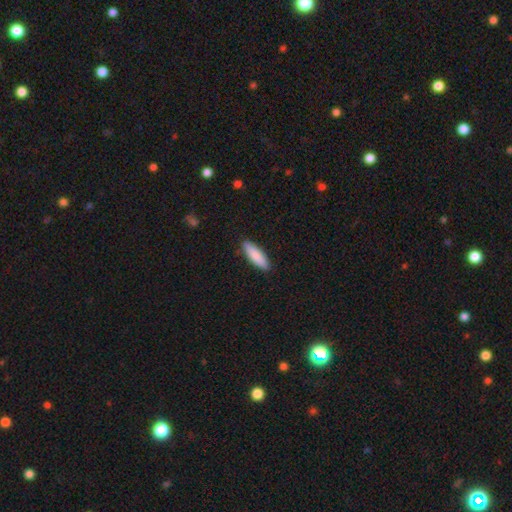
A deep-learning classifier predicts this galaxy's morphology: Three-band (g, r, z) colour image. It shows a smooth galaxy with no disk features (87%) that is cigar-shaped (57%). Merging: none (89%).